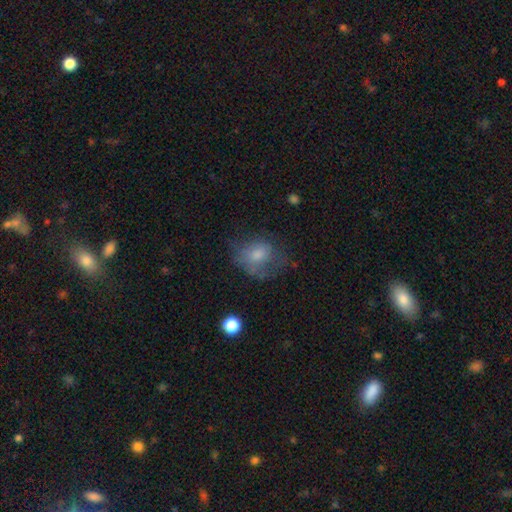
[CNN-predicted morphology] smooth-or-featured: smooth: 64% | featured or disk: 24% | star or artifact: 12%
  how-rounded: round: 50% | in between: 49% | cigar-shaped: 1%
  merging: none: 46% | minor disturbance: 27% | major disturbance: 25% | merger: 2%